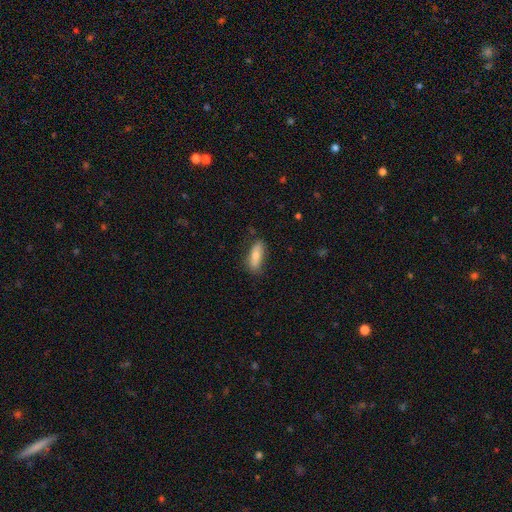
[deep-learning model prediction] Smooth or featured?
  - smooth: 73% *
  - featured or disk: 20%
  - star or artifact: 7%
How rounded?
  - in between: 63% *
  - cigar-shaped: 35%
  - round: 2%
Merging?
  - none: 76% *
  - minor disturbance: 19%
  - major disturbance: 4%
  - merger: 2%